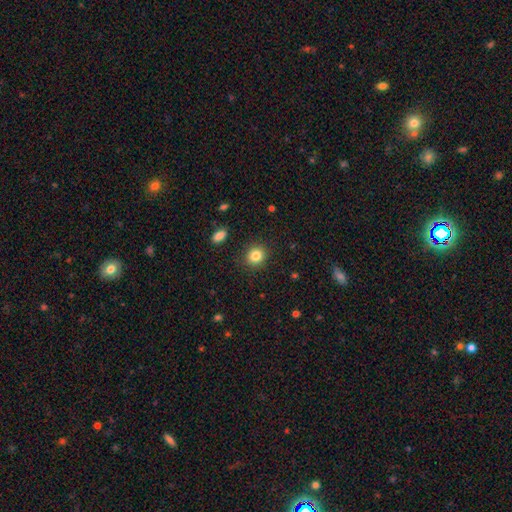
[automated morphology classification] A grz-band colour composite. It shows a smooth galaxy with no disk features (84%) that is round (78%). Merging: none (89%).